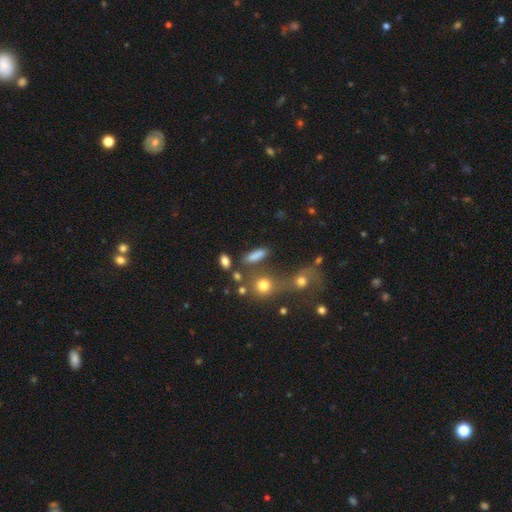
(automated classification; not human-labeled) This is likely a smooth galaxy (78%). How rounded: marginally in between (44%, tied with cigar-shaped). Merging: likely none (64%).